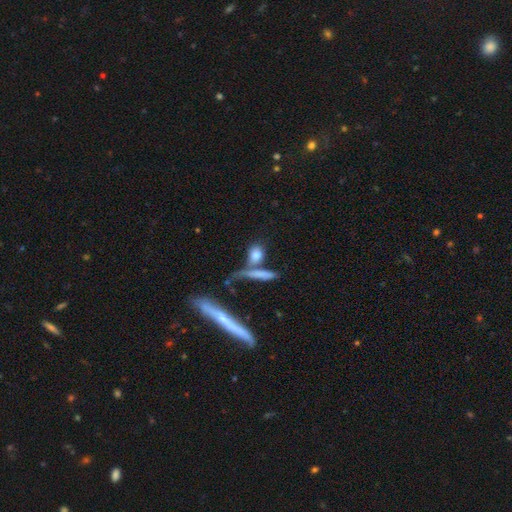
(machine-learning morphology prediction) This is likely a smooth galaxy (74%). How rounded: marginally in between (35%). Merging: possibly none (52%).